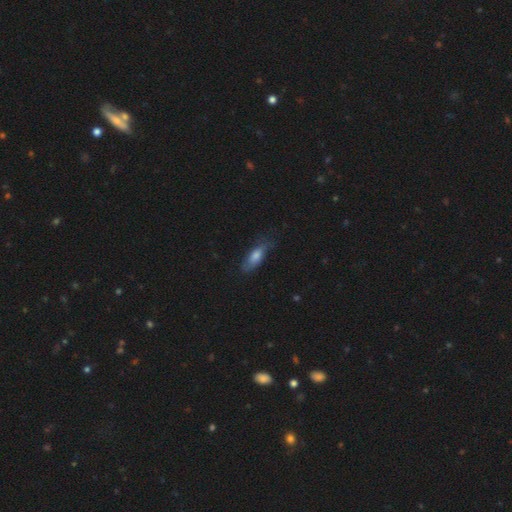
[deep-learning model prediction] A smooth galaxy with no disk features (64%) that is in between round and cigar-shaped (67%). Merging: none (63%).